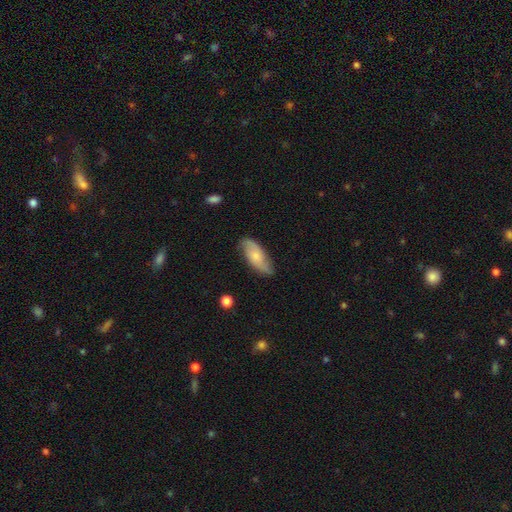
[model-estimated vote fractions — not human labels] smooth-or-featured: smooth: 47% (tied) | featured or disk: 47% (tied) | star or artifact: 6%
  merging: none: 75% | minor disturbance: 19% | major disturbance: 4% | merger: 1%